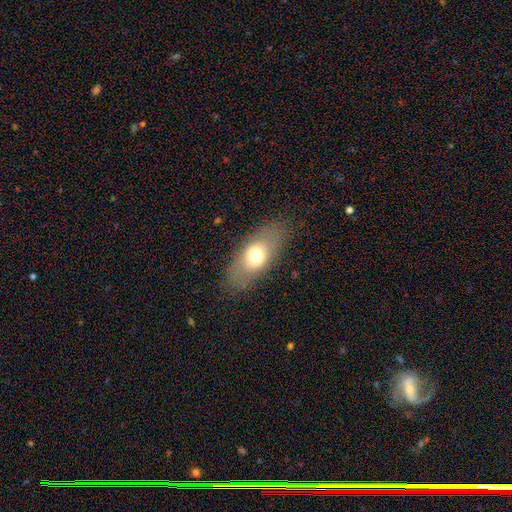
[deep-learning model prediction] A smooth galaxy with no disk features (64%) that is in between round and cigar-shaped (85%). Merging: none (81%).